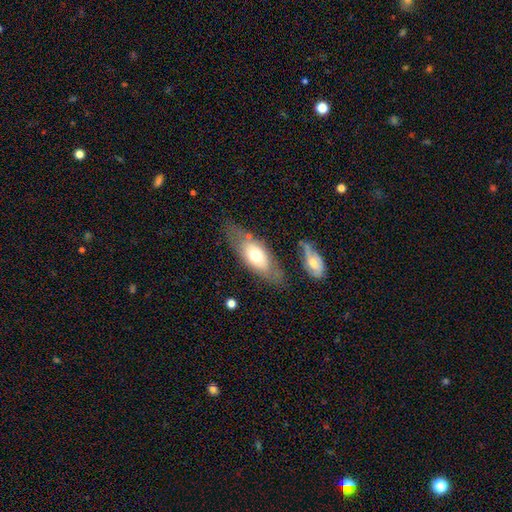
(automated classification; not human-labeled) This is possibly a smooth galaxy (56%). How rounded: likely in between (80%). Merging: likely none (66%).